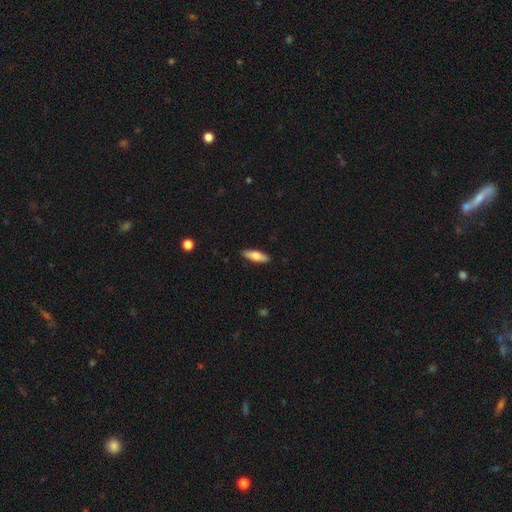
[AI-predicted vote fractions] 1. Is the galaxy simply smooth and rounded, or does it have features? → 73% smooth, 22% featured or disk, 6% star or artifact.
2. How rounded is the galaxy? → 53% in between, 45% cigar-shaped, 2% round.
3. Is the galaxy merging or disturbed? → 90% none, 8% minor disturbance, 2% major disturbance, 1% merger.